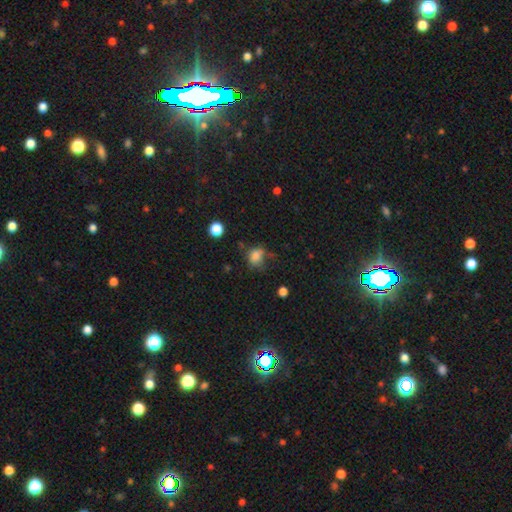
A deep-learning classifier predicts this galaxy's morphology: smooth_or_featured: smooth (p=0.79) [alt: star or artifact p=0.13]
how_rounded: round (p=0.52) [alt: in between p=0.47]
merging: none (p=0.49) [alt: minor disturbance p=0.28]